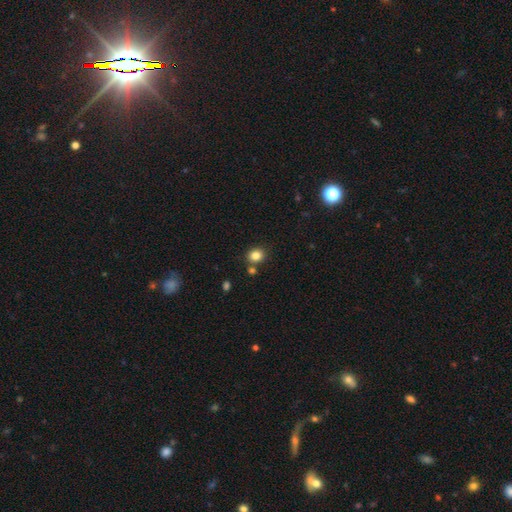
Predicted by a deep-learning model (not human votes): smooth-or-featured: smooth: 83% | star or artifact: 11% | featured or disk: 5%
  how-rounded: round: 69% | in between: 31% | cigar-shaped: 1%
  merging: none: 77% | merger: 11% | minor disturbance: 9% | major disturbance: 3%